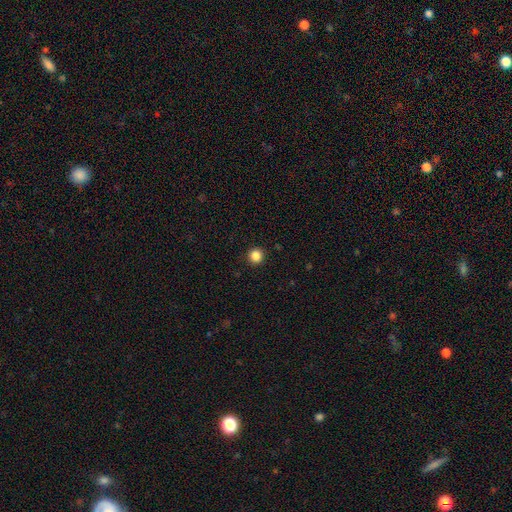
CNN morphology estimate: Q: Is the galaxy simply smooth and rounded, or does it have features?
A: smooth — 85%.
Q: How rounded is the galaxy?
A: round — 95%.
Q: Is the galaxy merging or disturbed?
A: none — 93%.